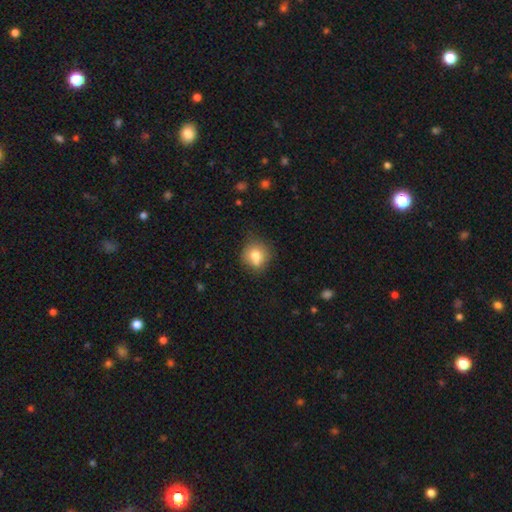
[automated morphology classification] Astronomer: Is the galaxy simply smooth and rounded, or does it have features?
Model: smooth — 77%.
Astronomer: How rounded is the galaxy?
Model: round — 81%.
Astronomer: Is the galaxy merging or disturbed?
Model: none — 66%.